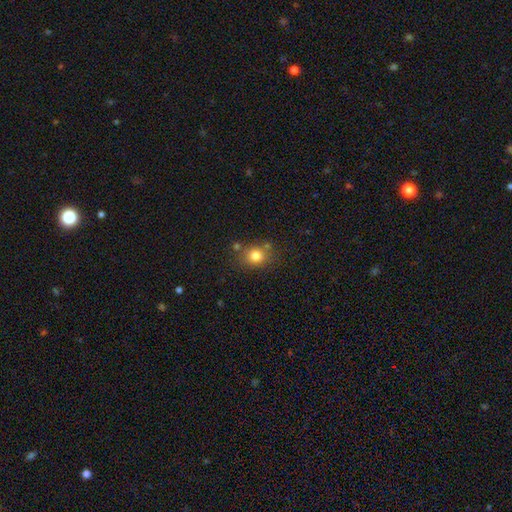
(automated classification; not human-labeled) A smooth galaxy with no disk features (80%) that is round (73%). Merging: none (73%).